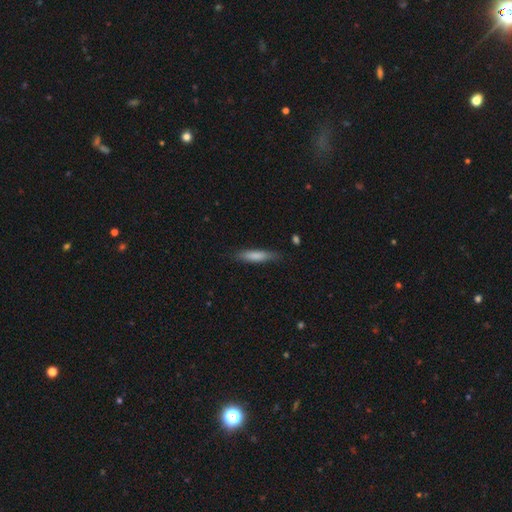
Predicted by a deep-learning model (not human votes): Morphology: type=smooth (79%); roundness=cigar-shaped (80%); merging=none (79%).